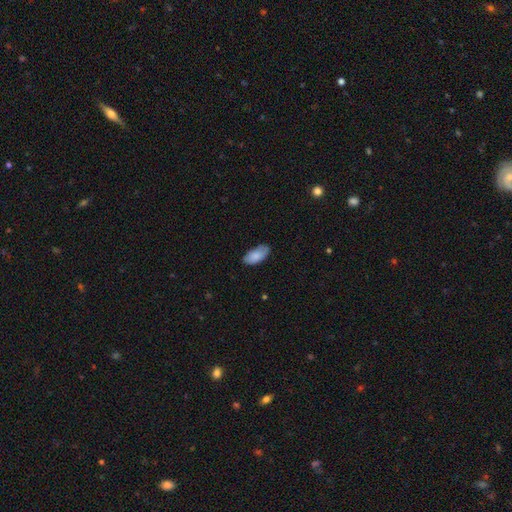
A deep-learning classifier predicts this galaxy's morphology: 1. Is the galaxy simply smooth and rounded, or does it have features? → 84% smooth, 10% featured or disk, 6% star or artifact.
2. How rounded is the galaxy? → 93% in between, 5% cigar-shaped, 2% round.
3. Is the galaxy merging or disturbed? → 71% none, 24% minor disturbance, 4% major disturbance, 1% merger.